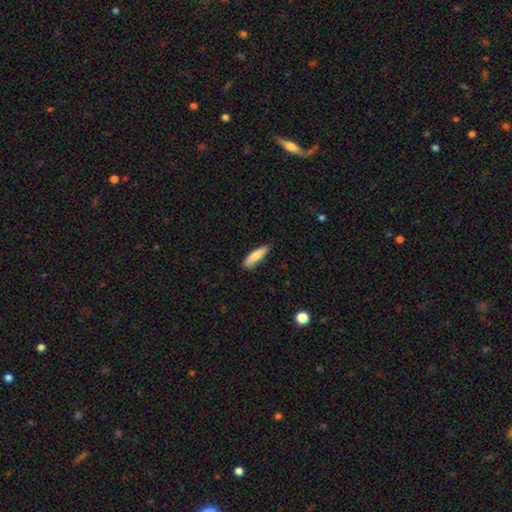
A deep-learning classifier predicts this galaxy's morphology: A smooth galaxy with no disk features (80%) that is cigar-shaped (68%).

Vote fractions:
- Smooth or featured? smooth: 80% / featured or disk: 14% / star or artifact: 6%
- How rounded? cigar-shaped: 68% / in between: 30% / round: 2%
- Merging? none: 72% / minor disturbance: 23% / major disturbance: 3% / merger: 2%